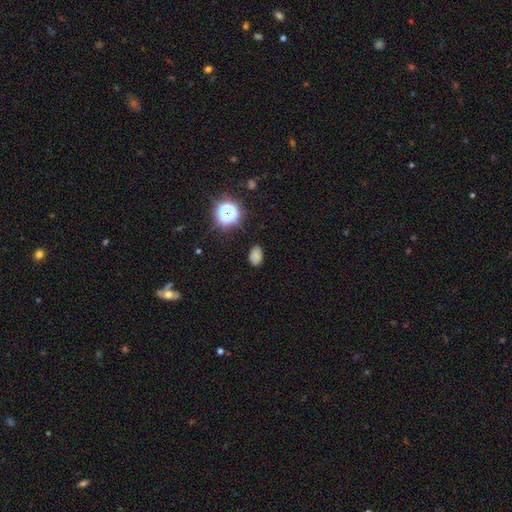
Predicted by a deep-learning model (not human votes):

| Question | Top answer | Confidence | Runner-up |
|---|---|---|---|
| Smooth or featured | smooth | 75% | star or artifact (19%) |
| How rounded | in between | 81% | round (18%) |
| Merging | none | 81% | minor disturbance (14%) |